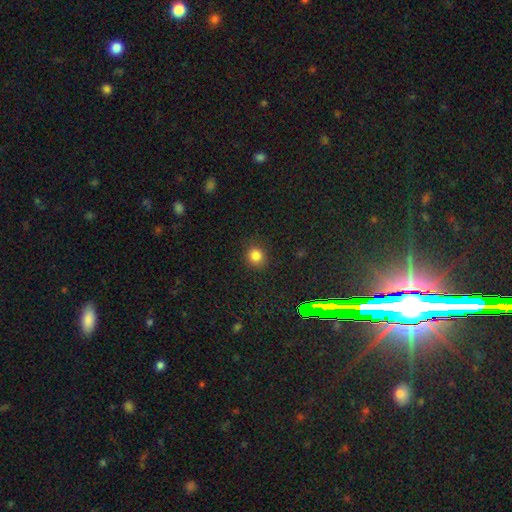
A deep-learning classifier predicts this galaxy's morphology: Smooth or featured? smooth (82%)
How rounded? round (87%)
Merging? none (87%)